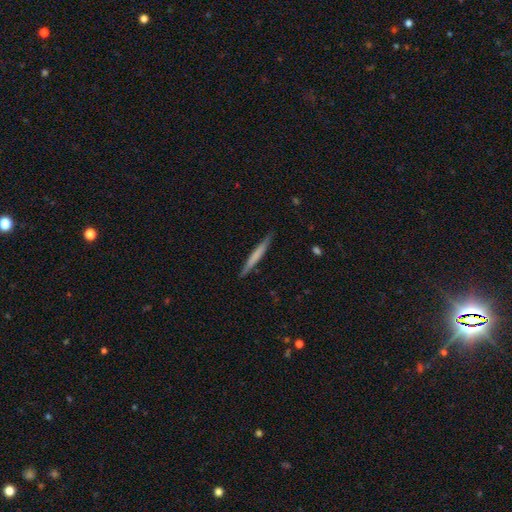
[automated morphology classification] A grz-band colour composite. It shows a smooth galaxy with no disk features (59%) that is cigar-shaped (96%). Merging: none (89%).